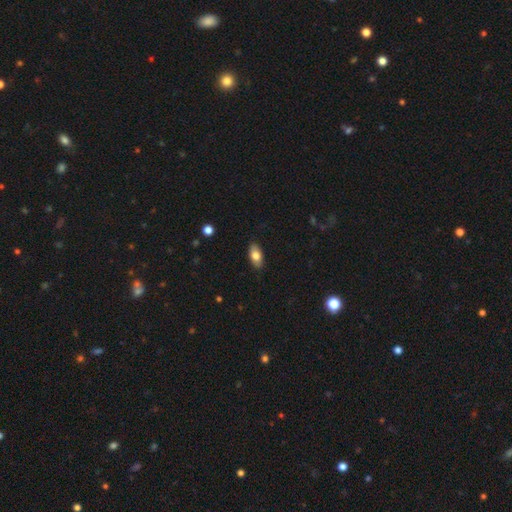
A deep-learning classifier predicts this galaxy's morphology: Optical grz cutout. It shows a smooth galaxy with no disk features (77%) that is in between round and cigar-shaped (91%). Merging: none (86%).